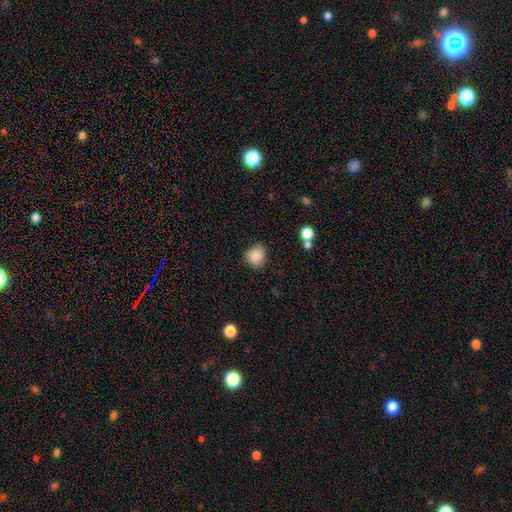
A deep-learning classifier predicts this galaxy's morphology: A smooth galaxy with no disk features (87%) that is round (79%).

Vote fractions:
- Smooth or featured? smooth: 87% / star or artifact: 9% / featured or disk: 4%
- How rounded? round: 79% / in between: 20% / cigar-shaped: 1%
- Merging? none: 76% / minor disturbance: 18% / major disturbance: 4% / merger: 3%